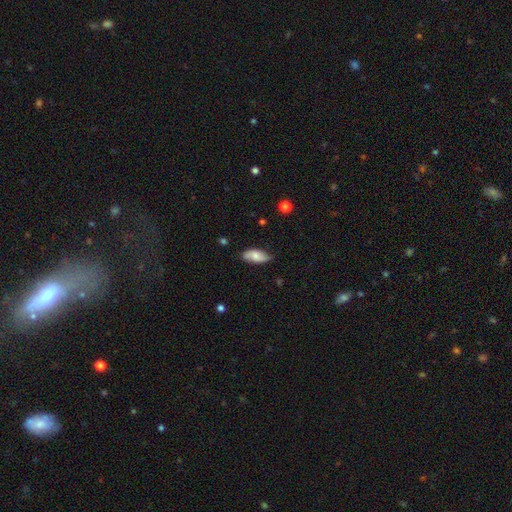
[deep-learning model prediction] This is likely a smooth galaxy (72%). How rounded: clearly in between (89%). Merging: likely none (72%).